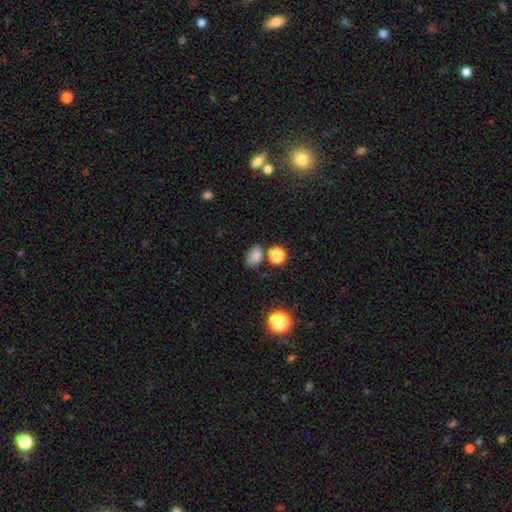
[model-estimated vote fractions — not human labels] smooth_or_featured: smooth (p=0.77) [alt: star or artifact p=0.15]
how_rounded: in between (p=0.76) [alt: round p=0.23]
merging: none (p=0.62) [alt: minor disturbance p=0.22]